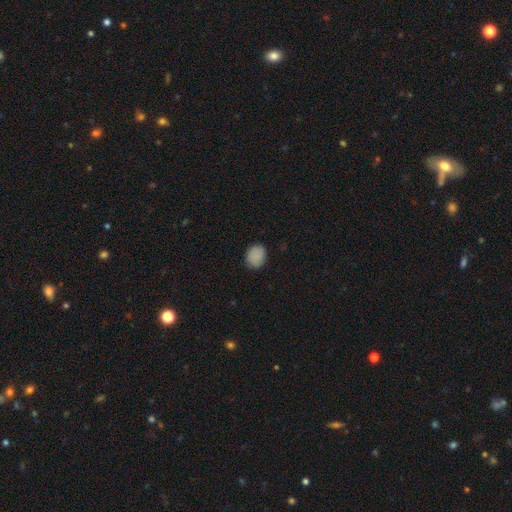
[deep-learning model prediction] Q: Smooth or featured?
A: smooth (87%); runner-up: star or artifact (9%)
Q: How rounded?
A: round (55%); runner-up: in between (44%)
Q: Merging?
A: none (84%); runner-up: minor disturbance (12%)